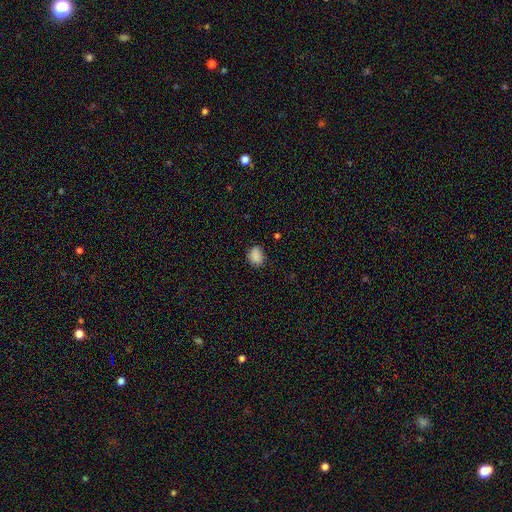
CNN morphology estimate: Smooth or featured: smooth — 87% (star or artifact — 9%)
How rounded: in between — 57% (round — 42%)
Merging: none — 80% (minor disturbance — 16%)